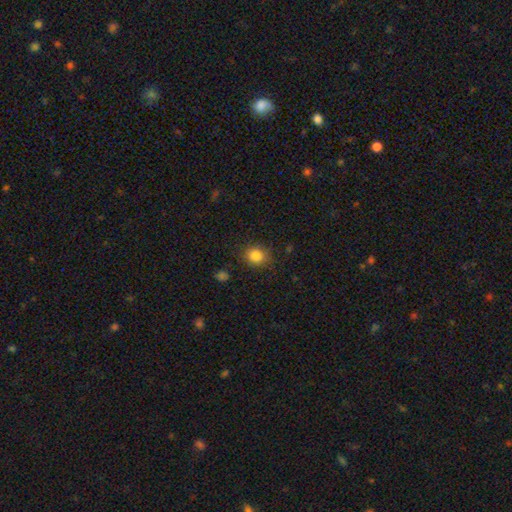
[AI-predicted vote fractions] Overall: smooth (84%). How rounded: round (74%). Merging: none (84%).